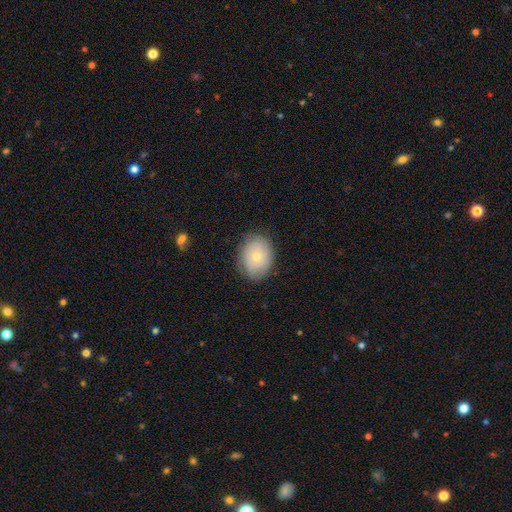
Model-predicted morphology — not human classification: Smooth or featured? smooth (56%)
How rounded? in between (54%)
Merging? none (81%)